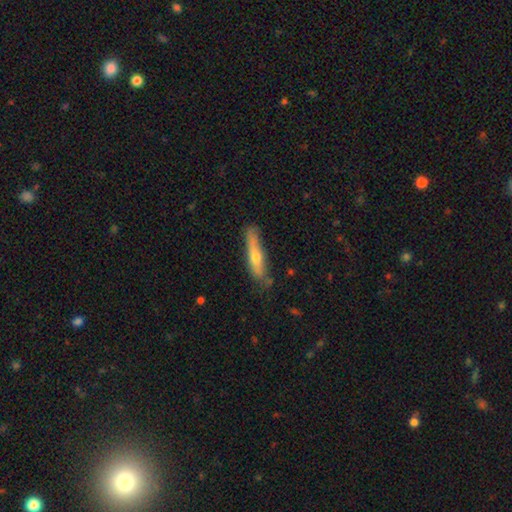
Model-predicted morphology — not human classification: A featured or disk galaxy (48%). Merging: none (76%).